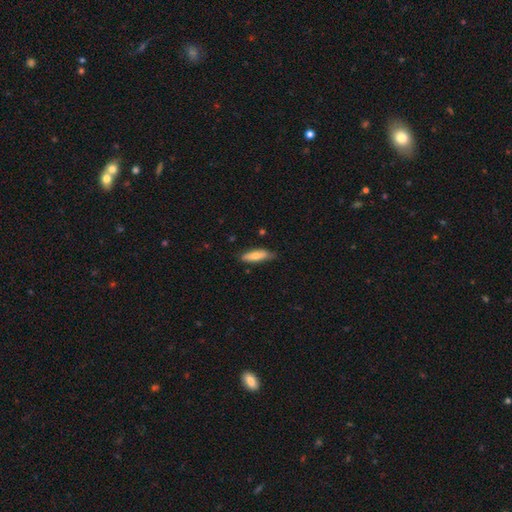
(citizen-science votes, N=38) smooth-or-featured: smooth: 66% | featured or disk: 26% | star or artifact: 8%
  how-rounded: in between: 52% | cigar-shaped: 44% | round: 4%
  merging: none: 77% | minor disturbance: 20% | major disturbance: 3% | merger: 0%